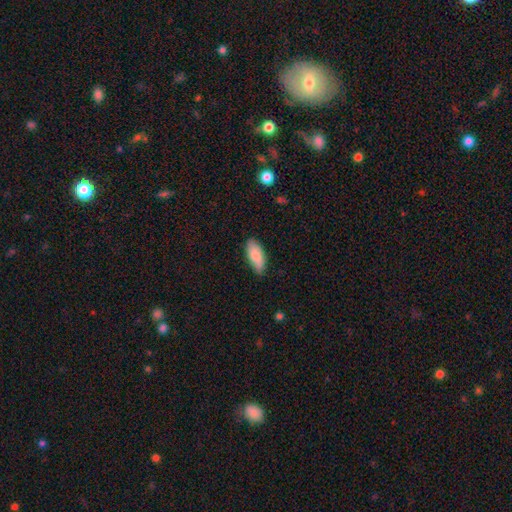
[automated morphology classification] smooth_or_featured: smooth (p=0.85) [alt: featured or disk p=0.09]
how_rounded: in between (p=0.85) [alt: cigar-shaped p=0.13]
merging: none (p=0.74) [alt: minor disturbance p=0.22]